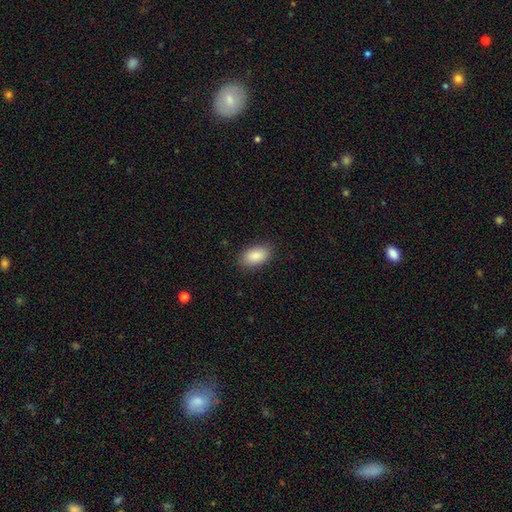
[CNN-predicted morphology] This appears to be a smooth galaxy with no disk features (89%) that is in between round and cigar-shaped (93%). Merging: none (86%).